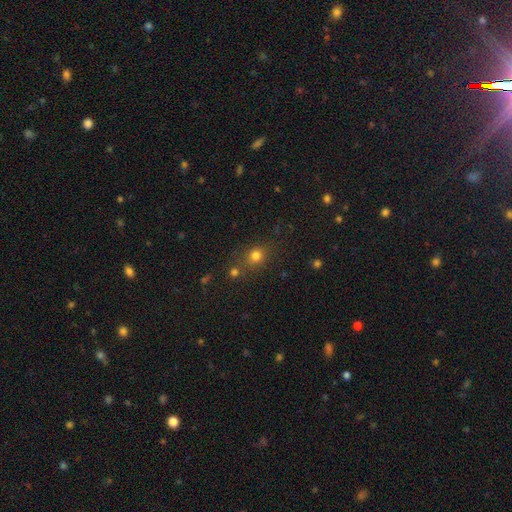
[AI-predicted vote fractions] smooth-or-featured: smooth: 76% | star or artifact: 16% | featured or disk: 8%
  how-rounded: round: 75% | in between: 24% | cigar-shaped: 1%
  merging: none: 69% | merger: 13% | minor disturbance: 12% | major disturbance: 6%